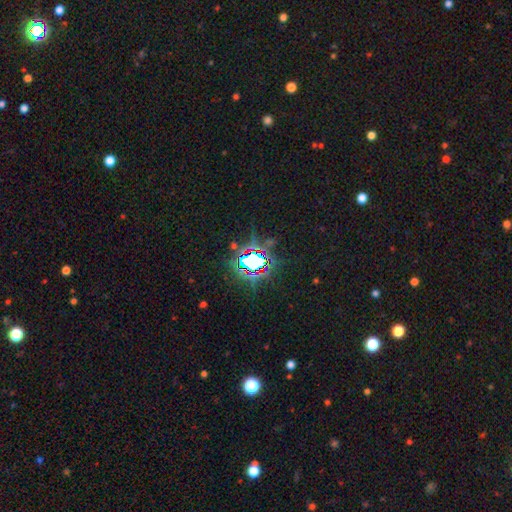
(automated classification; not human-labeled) A star or artifact, not a galaxy (71%).

Vote fractions:
- Smooth or featured? star or artifact: 71% / smooth: 17% / featured or disk: 12%